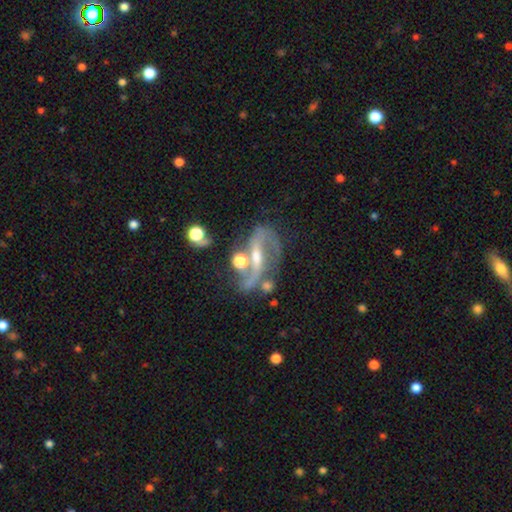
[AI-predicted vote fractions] Smooth or featured? Predicted: featured or disk (p=0.82). Edge-on disk? Predicted: no (p=0.94). Bar? Predicted: strong (p=0.51). Spiral arms? Predicted: yes (p=0.92). Spiral winding? Predicted: loose (p=0.48). Spiral arm count? Predicted: 2 (p=0.89). Bulge size? Predicted: moderate (p=0.47). Merging? Predicted: none (p=0.55).